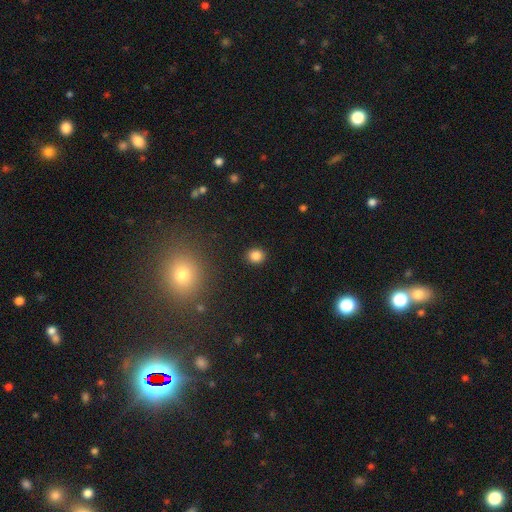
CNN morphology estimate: smooth-or-featured: smooth: 83% | star or artifact: 12% | featured or disk: 5%
  how-rounded: round: 84% | in between: 15% | cigar-shaped: 1%
  merging: none: 91% | minor disturbance: 6% | major disturbance: 2% | merger: 2%